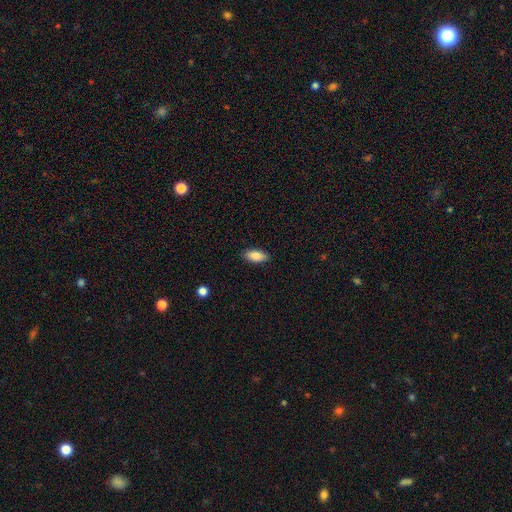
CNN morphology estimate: A smooth galaxy with no disk features (85%) that is in between round and cigar-shaped (86%).

Vote fractions:
- Smooth or featured? smooth: 85% / featured or disk: 8% / star or artifact: 7%
- How rounded? in between: 86% / cigar-shaped: 11% / round: 2%
- Merging? none: 88% / minor disturbance: 9% / major disturbance: 2% / merger: 1%